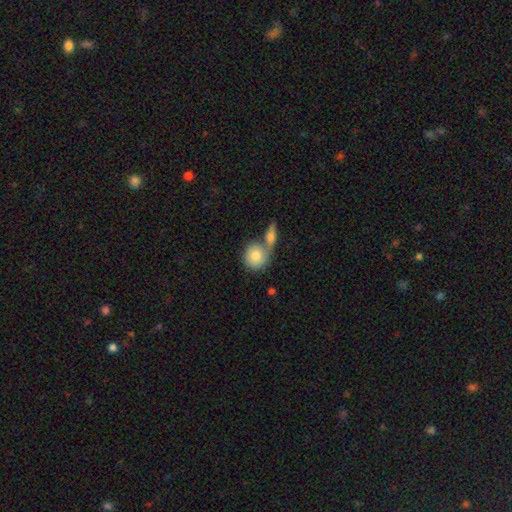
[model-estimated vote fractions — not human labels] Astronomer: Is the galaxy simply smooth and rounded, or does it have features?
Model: smooth — 82%.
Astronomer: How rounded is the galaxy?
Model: round — 80%.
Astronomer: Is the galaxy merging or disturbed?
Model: merger — 48% (runner-up: none, 39%).